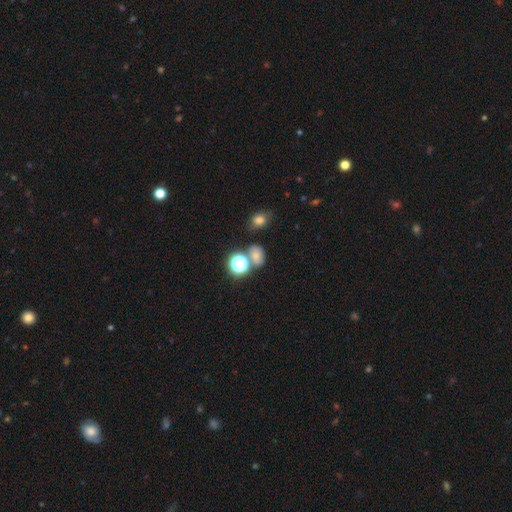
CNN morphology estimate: This appears to be a smooth galaxy with no disk features (63%) that is in between round and cigar-shaped (51%). Merging: none (63%).